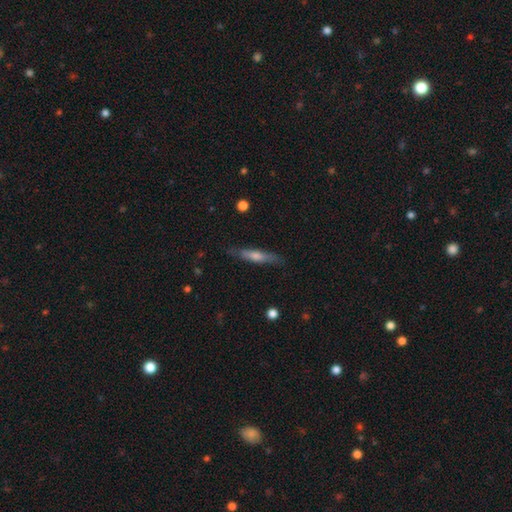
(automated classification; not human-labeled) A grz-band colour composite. It shows a smooth galaxy with no disk features (48%). Merging: none (83%).